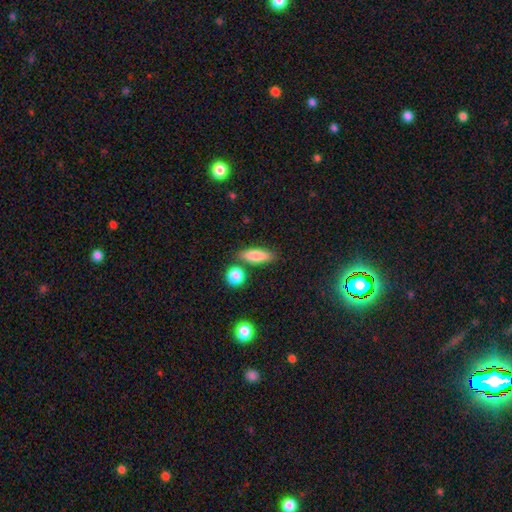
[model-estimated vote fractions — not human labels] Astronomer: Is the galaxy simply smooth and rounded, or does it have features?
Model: smooth — 82%.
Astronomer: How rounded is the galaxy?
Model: in between — 57% (runner-up: cigar-shaped, 39%).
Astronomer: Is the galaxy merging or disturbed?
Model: none — 77%.